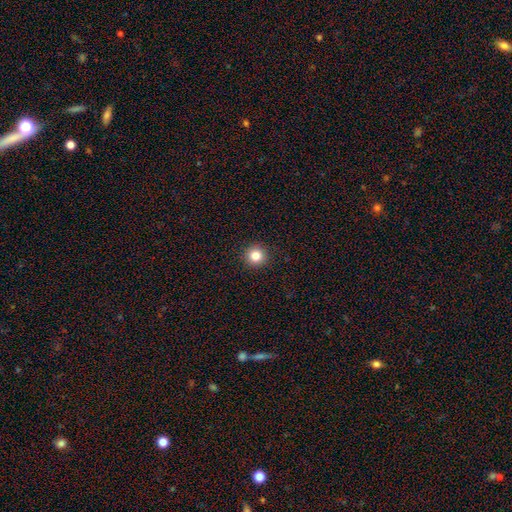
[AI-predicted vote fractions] This is clearly a smooth galaxy (83%). How rounded: clearly round (95%). Merging: clearly none (93%).